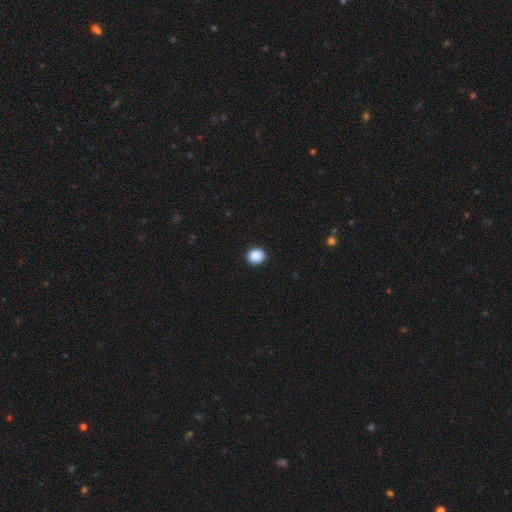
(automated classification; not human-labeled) Smooth or featured? Predicted: smooth (p=0.89). How rounded? Predicted: round (p=0.83). Merging? Predicted: none (p=0.92).